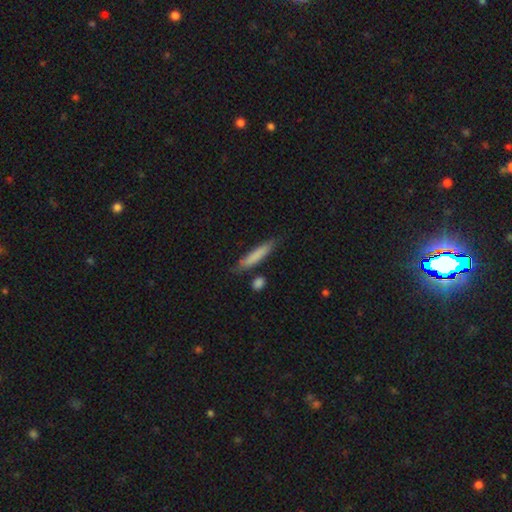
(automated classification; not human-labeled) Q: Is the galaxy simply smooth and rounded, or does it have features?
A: smooth — 78%.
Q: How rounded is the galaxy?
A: cigar-shaped — 90%.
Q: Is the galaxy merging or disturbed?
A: none — 75%.